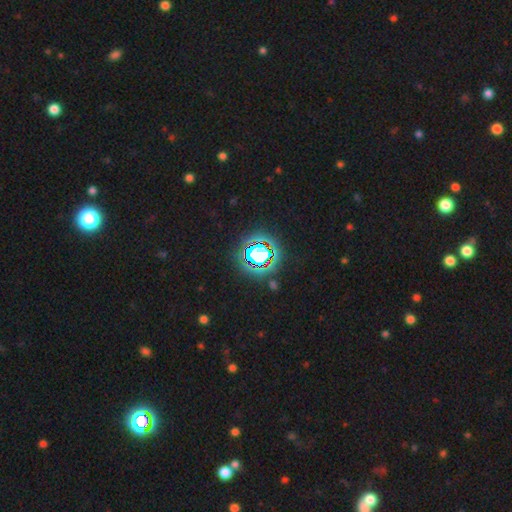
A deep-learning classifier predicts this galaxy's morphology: Q: Smooth or featured?
A: star or artifact (72%); runner-up: smooth (17%)